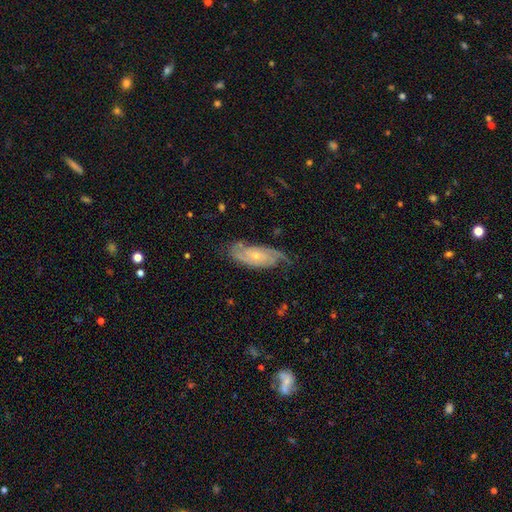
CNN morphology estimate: Smooth or featured?
  - featured or disk: 80% *
  - smooth: 14%
  - star or artifact: 6%
Edge-on disk?
  - no: 93% *
  - yes: 7%
Bar?
  - no: 71% *
  - weak: 24%
  - strong: 5%
Spiral arms?
  - yes: 95% *
  - no: 5%
Spiral winding?
  - tight: 51% *
  - medium: 36%
  - loose: 12%
Spiral arm count?
  - 2: 59% *
  - can't tell: 19%
  - 3: 11%
  - 1: 4%
  - 4: 4%
  - more than 4: 3%
Bulge size?
  - small: 70% *
  - moderate: 25%
  - none: 3%
  - large: 1%
  - dominant: 1%
Merging?
  - none: 69% *
  - minor disturbance: 22%
  - major disturbance: 8%
  - merger: 2%